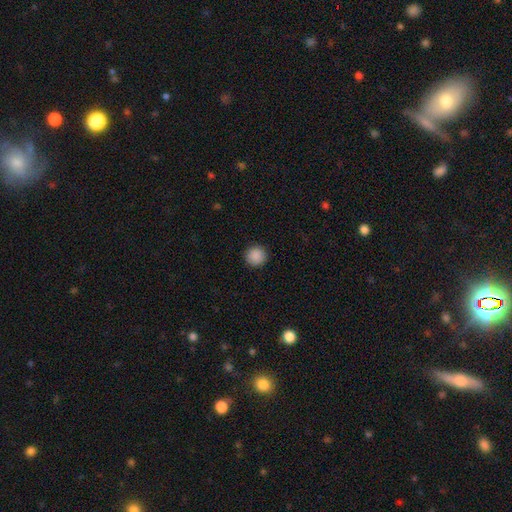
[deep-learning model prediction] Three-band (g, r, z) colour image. It shows a smooth galaxy with no disk features (89%) that is round (96%). Merging: none (92%).